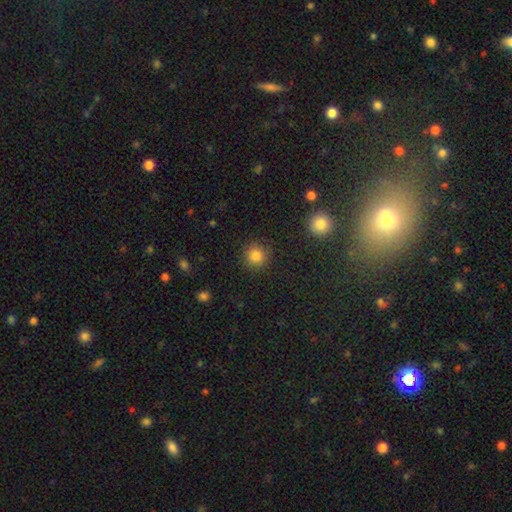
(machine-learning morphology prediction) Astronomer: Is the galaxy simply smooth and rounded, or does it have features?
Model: smooth — 84%.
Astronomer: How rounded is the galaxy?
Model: round — 93%.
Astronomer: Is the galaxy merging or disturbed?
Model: none — 88%.